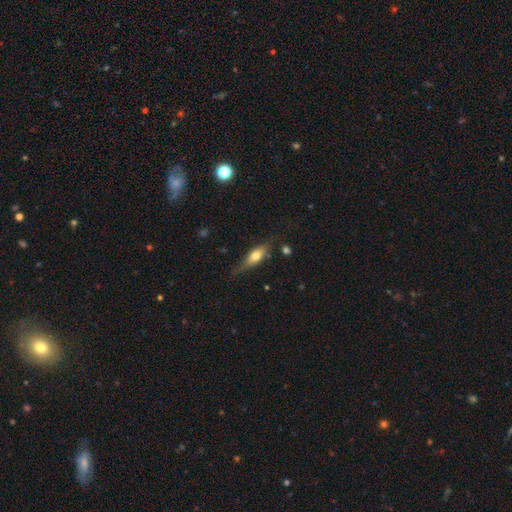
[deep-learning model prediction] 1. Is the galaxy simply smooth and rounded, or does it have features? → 59% smooth, 35% featured or disk, 7% star or artifact.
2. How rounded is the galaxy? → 60% in between, 36% cigar-shaped, 4% round.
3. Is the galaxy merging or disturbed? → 64% none, 25% minor disturbance, 8% major disturbance, 3% merger.